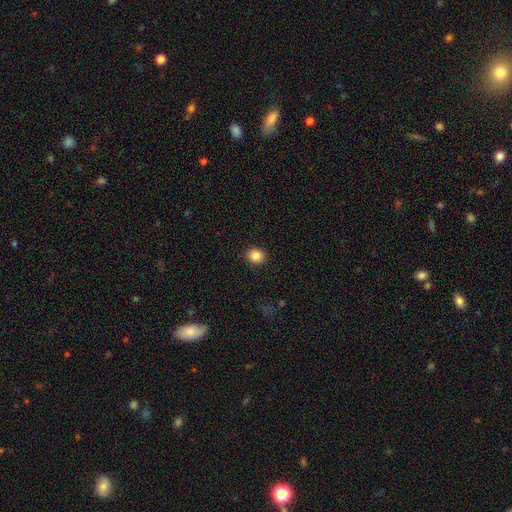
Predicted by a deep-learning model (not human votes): A smooth galaxy with no disk features (86%) that is round (74%). Merging: none (91%).